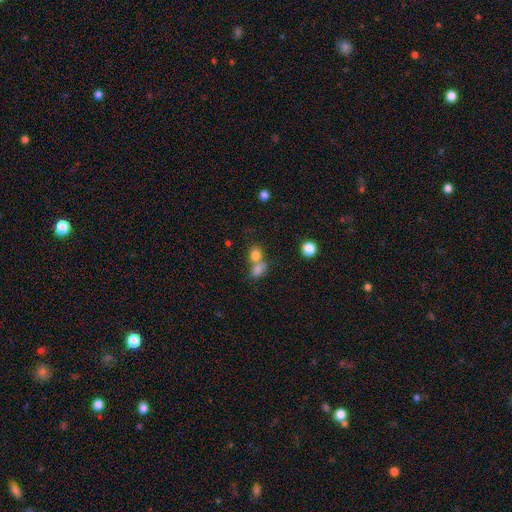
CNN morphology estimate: This appears to be a smooth galaxy with no disk features (79%) that is round (61%). Merging: merger (53%).